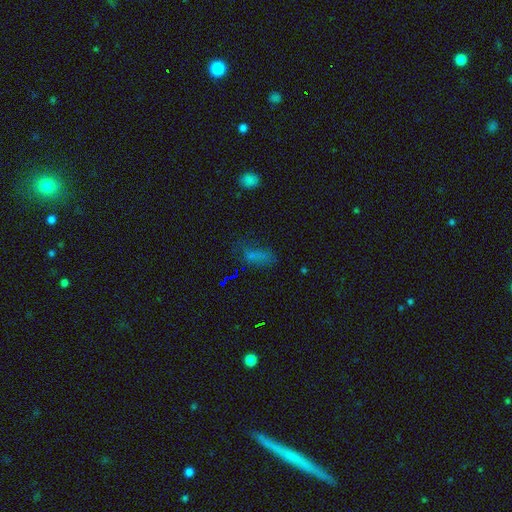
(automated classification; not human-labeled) This is likely a smooth galaxy (60%). How rounded: likely in between (79%). Merging: possibly none (49%).